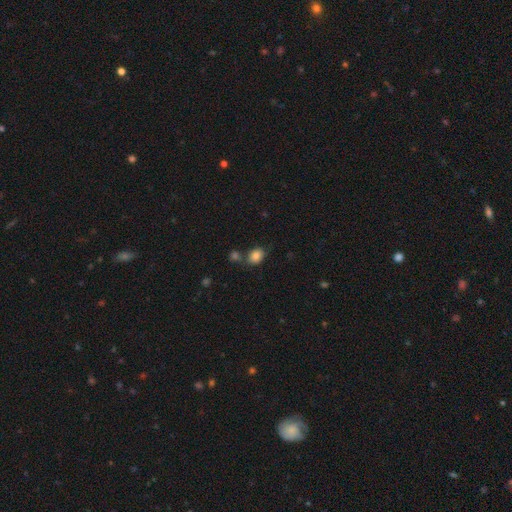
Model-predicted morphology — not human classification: This appears to be a smooth galaxy with no disk features (85%) that is in between round and cigar-shaped (64%). Merging: none (63%).